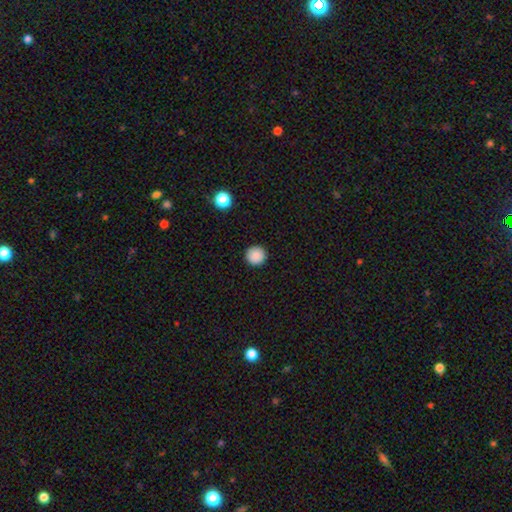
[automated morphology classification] Smooth or featured? Predicted: smooth (p=0.88). How rounded? Predicted: round (p=0.96). Merging? Predicted: none (p=0.94).